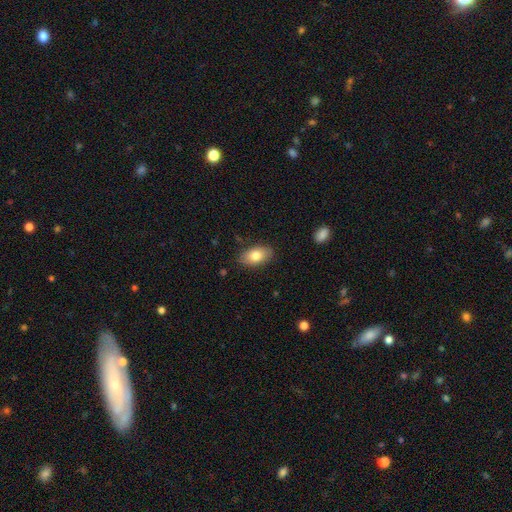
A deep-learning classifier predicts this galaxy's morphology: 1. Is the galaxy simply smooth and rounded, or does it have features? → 79% smooth, 14% featured or disk, 7% star or artifact.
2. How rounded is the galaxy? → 92% in between, 6% round, 2% cigar-shaped.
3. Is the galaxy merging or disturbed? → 85% none, 11% minor disturbance, 2% major disturbance, 1% merger.